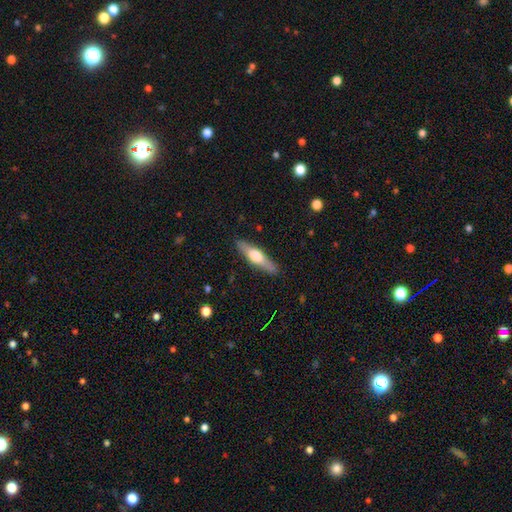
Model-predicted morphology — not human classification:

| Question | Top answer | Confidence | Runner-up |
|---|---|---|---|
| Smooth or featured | featured or disk | 51% | smooth (43%) |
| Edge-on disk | yes | 92% | no (8%) |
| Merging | none | 88% | minor disturbance (9%) |